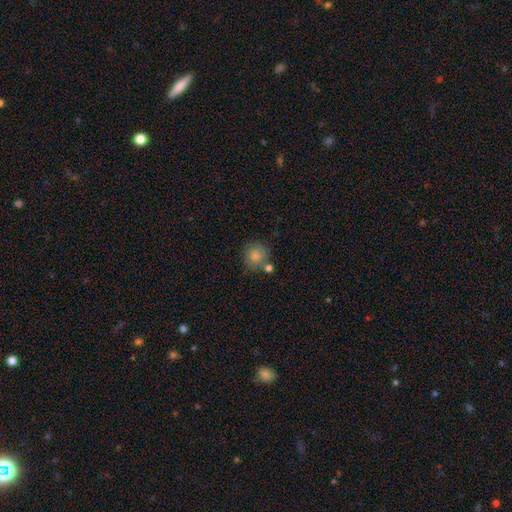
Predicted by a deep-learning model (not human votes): Smooth or featured? Predicted: smooth (p=0.82). How rounded? Predicted: round (p=0.89). Merging? Predicted: none (p=0.66).